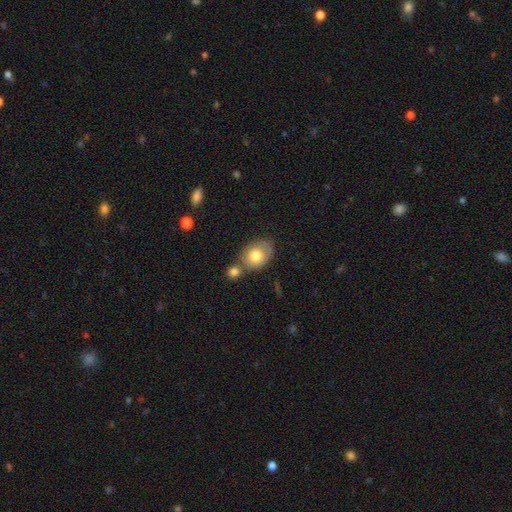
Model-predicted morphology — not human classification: smooth-or-featured: smooth: 77% | featured or disk: 16% | star or artifact: 7%
  how-rounded: in between: 64% | round: 35% | cigar-shaped: 1%
  merging: none: 48% | merger: 30% | minor disturbance: 16% | major disturbance: 5%